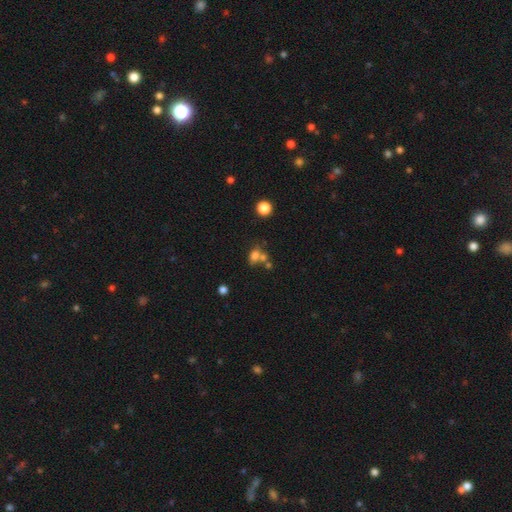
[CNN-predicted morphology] This is likely a smooth galaxy (69%). How rounded: likely in between (62%). Merging: marginally merger (41%).